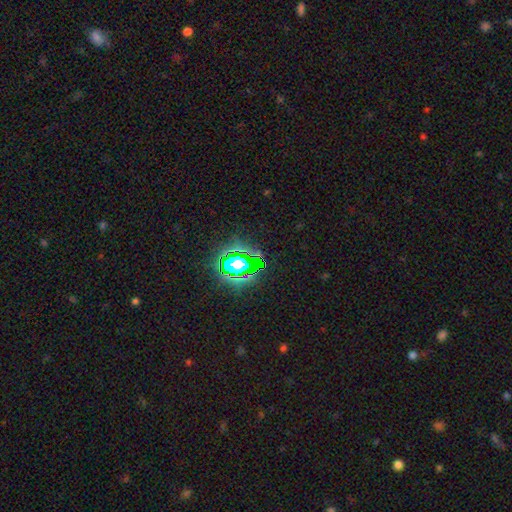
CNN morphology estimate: This appears to be a star or artifact, not a galaxy (73%).